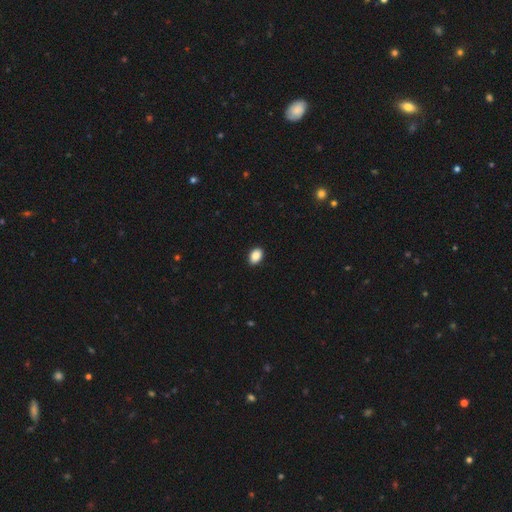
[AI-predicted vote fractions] A smooth galaxy with no disk features (89%) that is in between round and cigar-shaped (83%). Merging: none (91%).